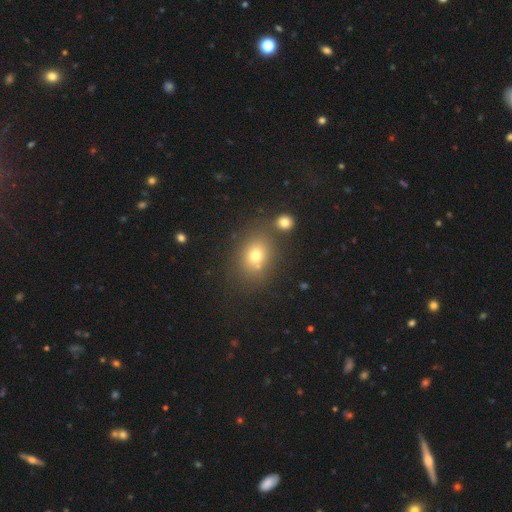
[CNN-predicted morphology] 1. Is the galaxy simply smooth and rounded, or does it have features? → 71% smooth, 16% star or artifact, 13% featured or disk.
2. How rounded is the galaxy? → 55% in between, 44% round, 1% cigar-shaped.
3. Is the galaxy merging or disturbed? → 68% none, 16% merger, 12% minor disturbance, 5% major disturbance.